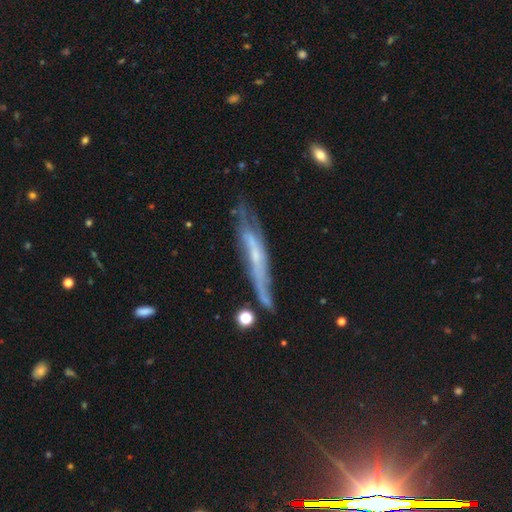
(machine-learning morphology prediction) This appears to be a featured or disk galaxy (68%) viewed edge-on (63%). Merging: none (57%).